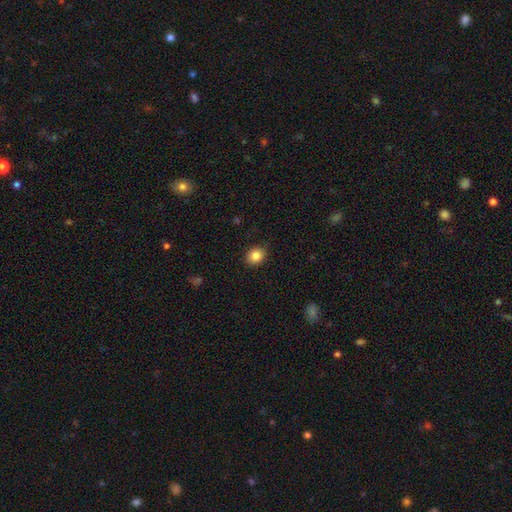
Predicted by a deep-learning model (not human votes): smooth-or-featured: smooth: 85% | star or artifact: 10% | featured or disk: 5%
  how-rounded: round: 57% | in between: 42% | cigar-shaped: 1%
  merging: none: 89% | minor disturbance: 8% | major disturbance: 2% | merger: 1%